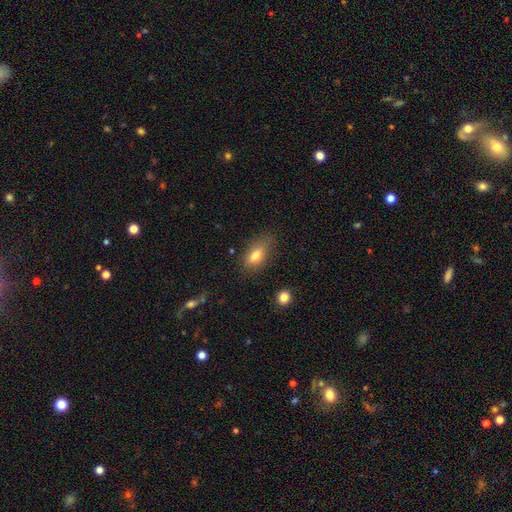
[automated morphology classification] A smooth galaxy with no disk features (76%) that is in between round and cigar-shaped (84%).

Vote fractions:
- Smooth or featured? smooth: 76% / featured or disk: 15% / star or artifact: 9%
- How rounded? in between: 84% / cigar-shaped: 9% / round: 7%
- Merging? none: 68% / minor disturbance: 23% / major disturbance: 7% / merger: 2%